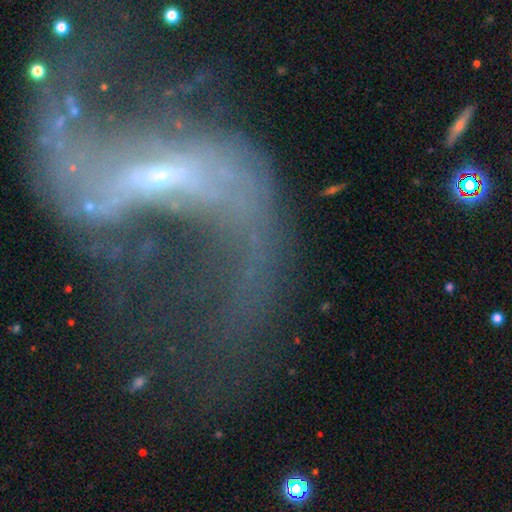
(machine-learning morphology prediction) The model was most divided on "bar": weak: 36%, strong: 34%, no: 30%. Remaining: edge-on disk — no (94%); spiral winding — loose (84%); smooth or featured — featured or disk (80%); spiral arms — yes (78%); spiral arm count — 2 (75%); bulge size — small (70%); merging — major disturbance (45%).